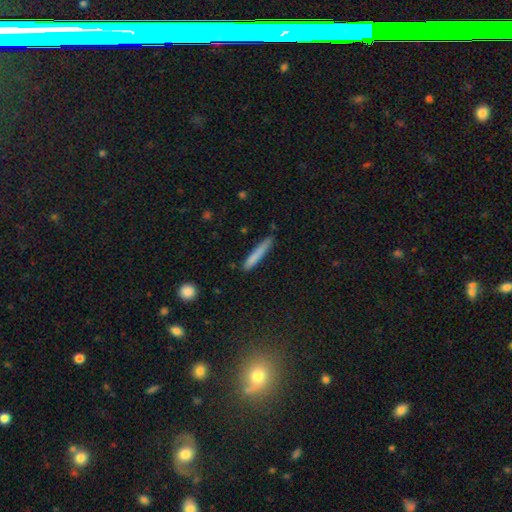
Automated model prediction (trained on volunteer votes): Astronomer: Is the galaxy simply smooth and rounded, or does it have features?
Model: smooth — 77%.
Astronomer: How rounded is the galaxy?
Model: cigar-shaped — 95%.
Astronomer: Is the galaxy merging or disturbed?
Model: none — 80%.